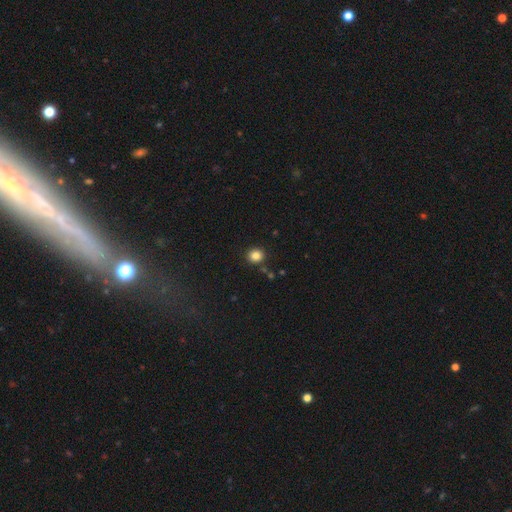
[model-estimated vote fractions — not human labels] The model was most divided on "smooth or featured": smooth: 84%, star or artifact: 12%, featured or disk: 4%. More confident: merging — none (88%); how rounded — round (87%).